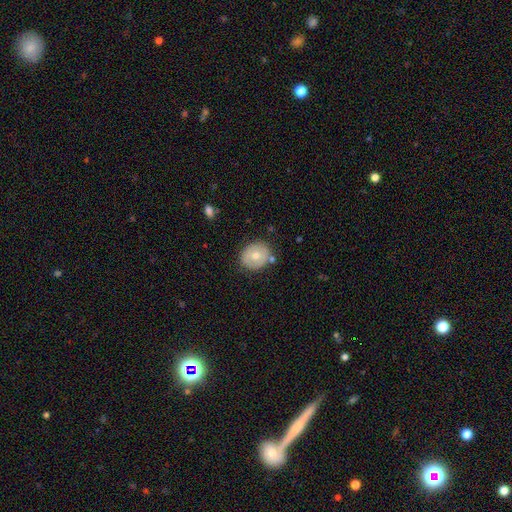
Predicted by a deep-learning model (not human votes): The model was most divided on "smooth or featured": smooth: 64%, featured or disk: 28%, star or artifact: 8%. More confident: merging — none (79%); how rounded — round (77%).